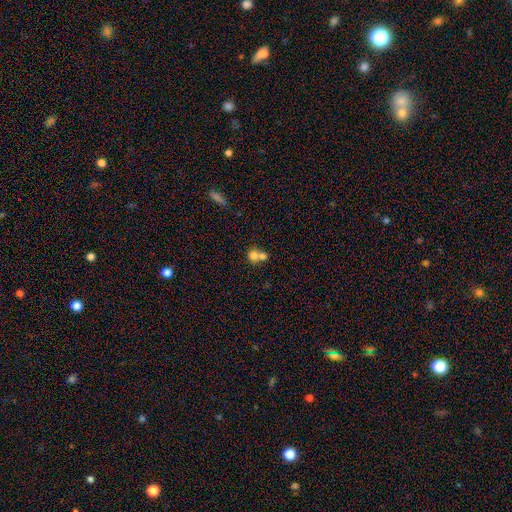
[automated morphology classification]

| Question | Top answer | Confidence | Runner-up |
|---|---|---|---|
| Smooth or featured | smooth | 75% | featured or disk (15%) |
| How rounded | round | 76% | in between (22%) |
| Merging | merger | 64% | none (27%) |